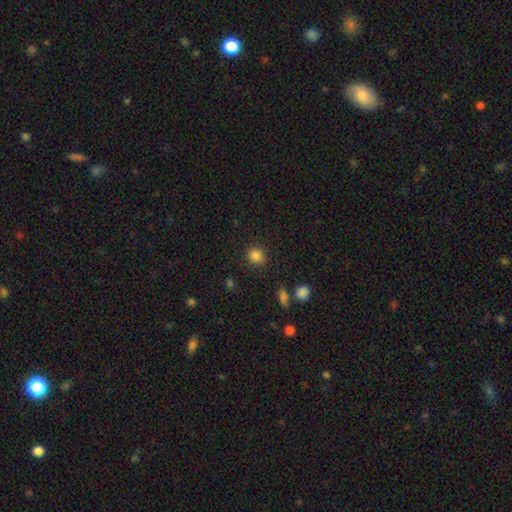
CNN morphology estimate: The model was most divided on "how rounded": round: 81%, in between: 18%, cigar-shaped: 1%. More confident: merging — none (85%); smooth or featured — smooth (84%).